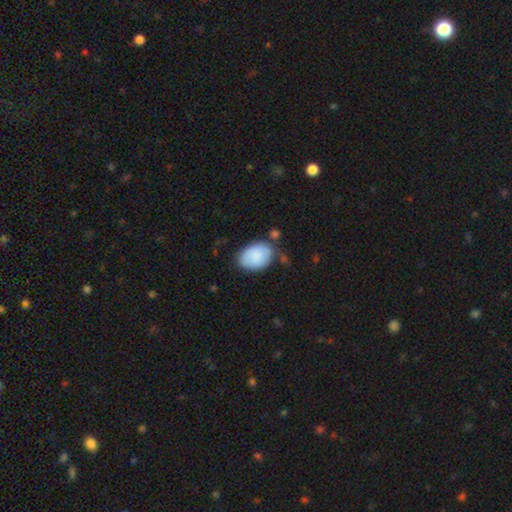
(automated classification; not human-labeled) smooth-or-featured: smooth: 86% | featured or disk: 8% | star or artifact: 6%
  how-rounded: in between: 81% | round: 18% | cigar-shaped: 1%
  merging: none: 62% | minor disturbance: 24% | major disturbance: 7% | merger: 7%